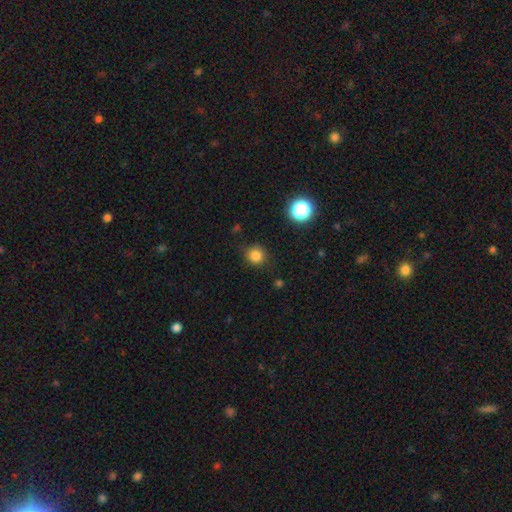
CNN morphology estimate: Overall: smooth (82%). How rounded: round (89%). Merging: none (87%).